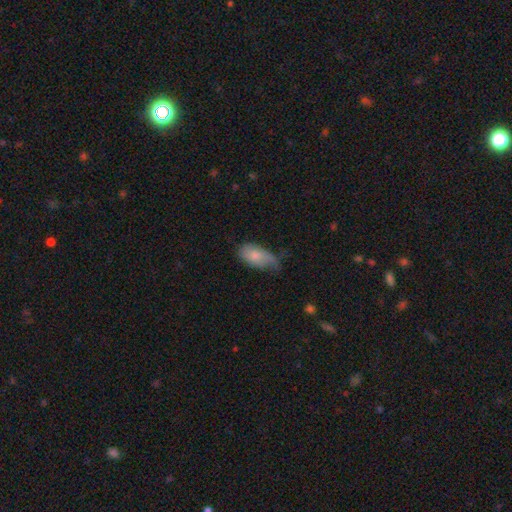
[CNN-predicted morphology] The model was most divided on "merging": minor disturbance: 47%, none: 33%, major disturbance: 18%, merger: 2%. More confident: how rounded — in between (93%); smooth or featured — smooth (76%).